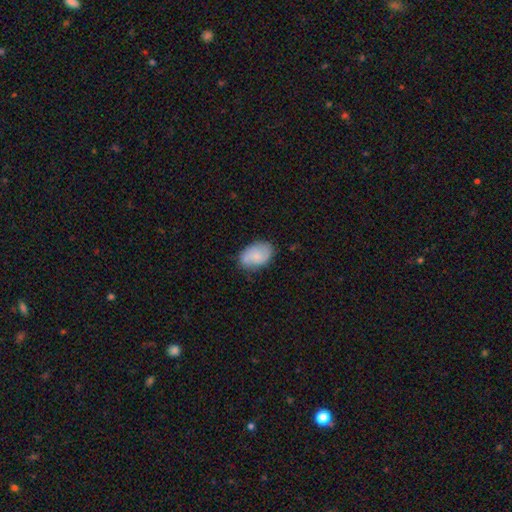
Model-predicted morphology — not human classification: A smooth galaxy with no disk features (67%) that is in between round and cigar-shaped (87%).

Vote fractions:
- Smooth or featured? smooth: 67% / featured or disk: 26% / star or artifact: 7%
- How rounded? in between: 87% / round: 12% / cigar-shaped: 1%
- Merging? none: 70% / minor disturbance: 22% / major disturbance: 5% / merger: 3%